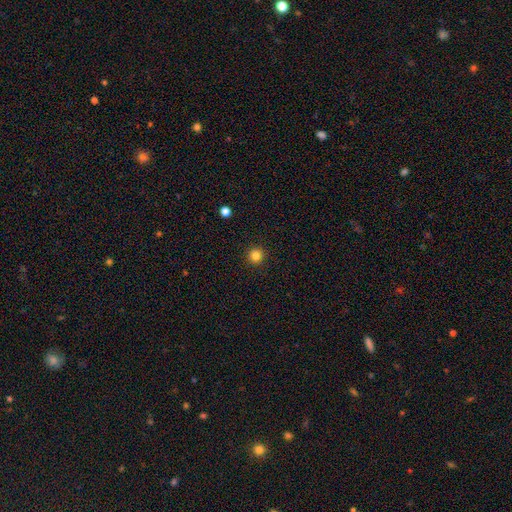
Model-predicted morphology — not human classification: smooth 83%, star or artifact 12%, featured or disk 5%. Down the decision tree: how rounded — round (96%); merging — none (93%).